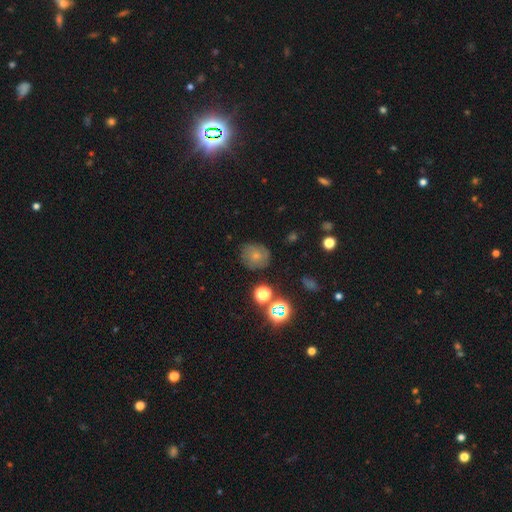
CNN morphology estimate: A smooth galaxy with no disk features (64%) that is round (79%).

Vote fractions:
- Smooth or featured? smooth: 64% / featured or disk: 20% / star or artifact: 16%
- How rounded? round: 79% / in between: 20% / cigar-shaped: 1%
- Merging? none: 74% / minor disturbance: 17% / major disturbance: 5% / merger: 3%